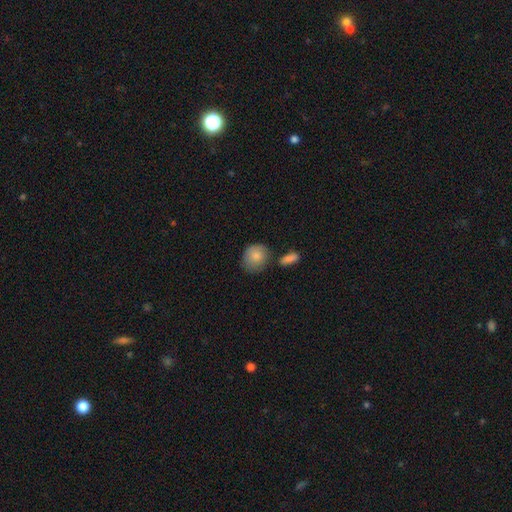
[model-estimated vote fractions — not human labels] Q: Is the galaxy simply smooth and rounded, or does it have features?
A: smooth — 84%.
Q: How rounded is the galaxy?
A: round — 68%.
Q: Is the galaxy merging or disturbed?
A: none — 63%.